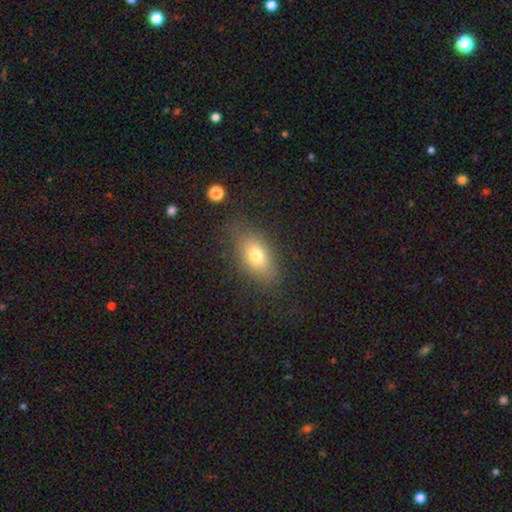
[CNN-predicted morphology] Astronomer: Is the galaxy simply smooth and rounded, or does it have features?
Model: smooth — 72%.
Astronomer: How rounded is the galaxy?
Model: in between — 83%.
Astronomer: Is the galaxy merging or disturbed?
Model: none — 72%.